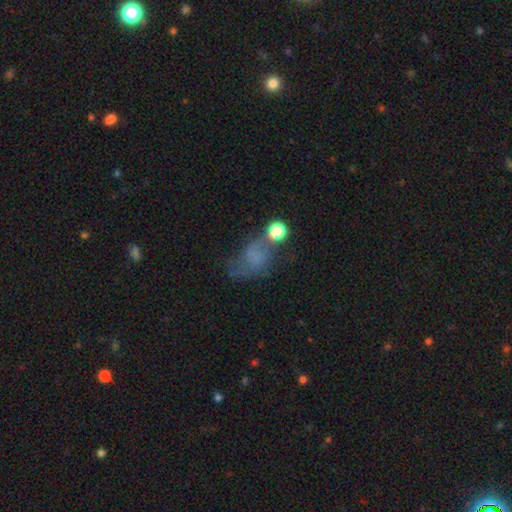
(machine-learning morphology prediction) type=smooth (44%); merging=none (39%).